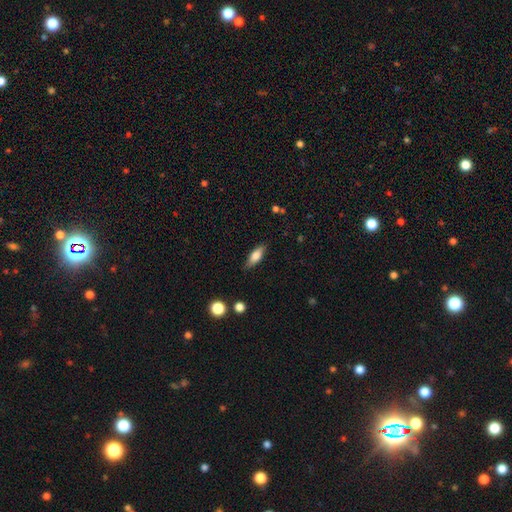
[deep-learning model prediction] The model was most divided on "how rounded": in between: 61%, cigar-shaped: 36%, round: 3%. More confident: merging — none (84%); smooth or featured — smooth (69%).